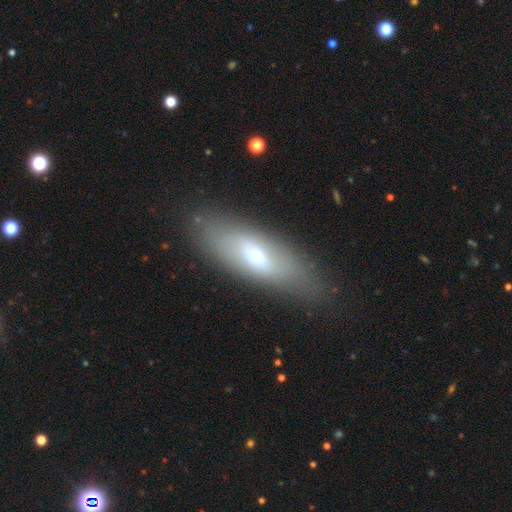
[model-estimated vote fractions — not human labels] Overall: smooth (54%; featured or disk 37%). How rounded: in between (60%; cigar-shaped 37%). Merging: none (83%).